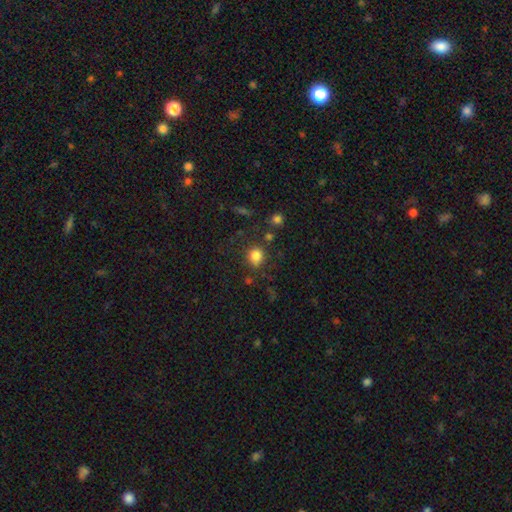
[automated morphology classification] smooth_or_featured: smooth (p=0.83) [alt: star or artifact p=0.12]
how_rounded: round (p=0.82) [alt: in between p=0.17]
merging: none (p=0.75) [alt: minor disturbance p=0.14]